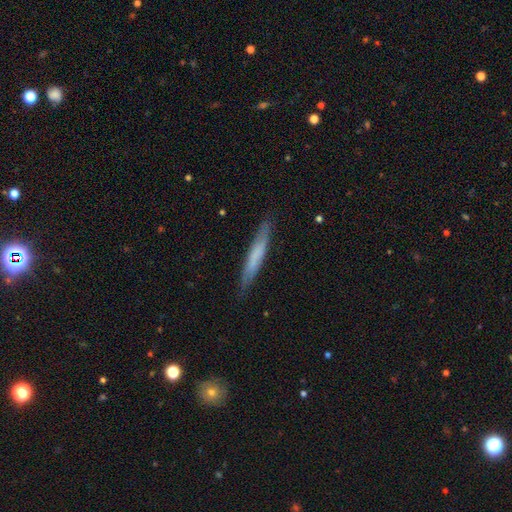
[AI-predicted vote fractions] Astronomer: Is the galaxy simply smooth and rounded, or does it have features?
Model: smooth — 58% (runner-up: featured or disk, 36%).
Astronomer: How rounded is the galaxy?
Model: cigar-shaped — 94%.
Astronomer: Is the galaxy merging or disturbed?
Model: none — 86%.